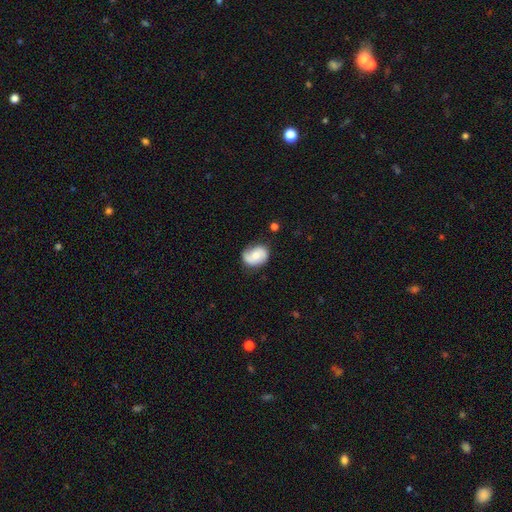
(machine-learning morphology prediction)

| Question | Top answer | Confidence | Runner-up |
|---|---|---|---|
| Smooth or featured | featured or disk | 56% | smooth (37%) |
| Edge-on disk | no | 97% | yes (3%) |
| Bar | no | 66% | weak (29%) |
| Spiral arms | yes | 89% | no (11%) |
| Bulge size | moderate | 51% | small (35%) |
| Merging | none | 68% | minor disturbance (23%) |